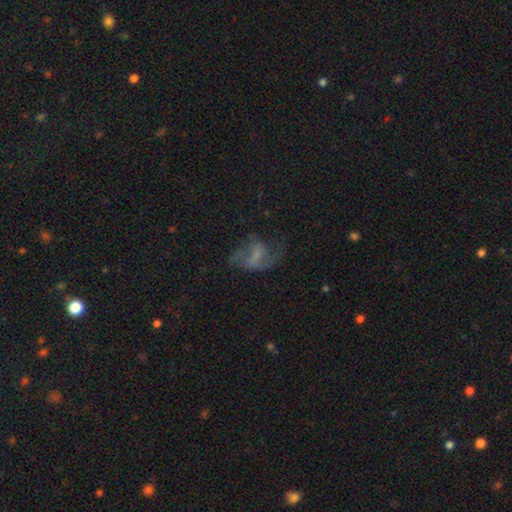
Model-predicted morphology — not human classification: Smooth or featured? Predicted: featured or disk (p=0.61). Edge-on disk? Predicted: no (p=0.97). Bar? Predicted: weak (p=0.45). Spiral arms? Predicted: yes (p=0.75). Bulge size? Predicted: none (p=0.45). Merging? Predicted: none (p=0.42).